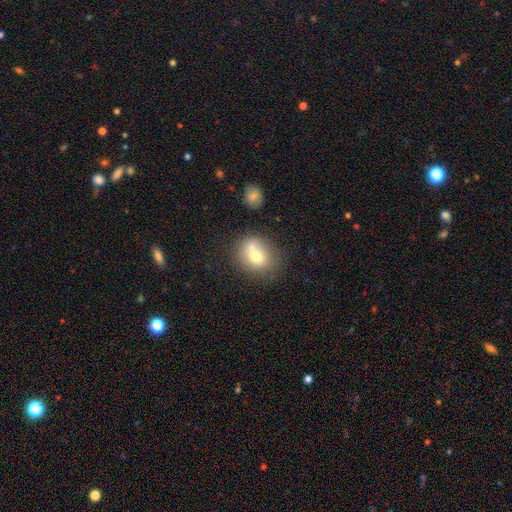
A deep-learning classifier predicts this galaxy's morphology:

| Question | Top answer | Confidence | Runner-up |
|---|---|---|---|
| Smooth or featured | smooth | 70% | featured or disk (19%) |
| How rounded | round | 60% | in between (39%) |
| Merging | none | 47% | merger (31%) |